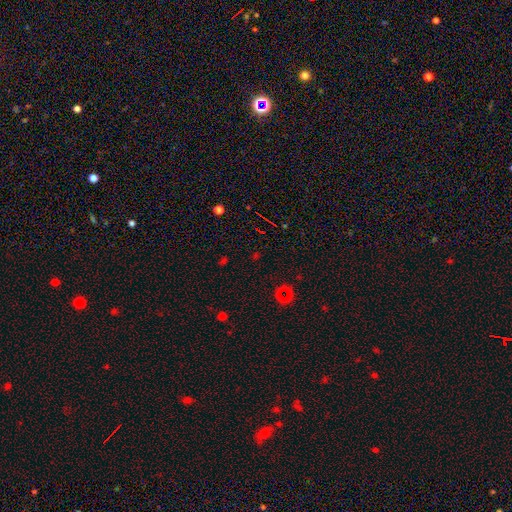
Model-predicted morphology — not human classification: This appears to be a star or artifact, not a galaxy (66%).